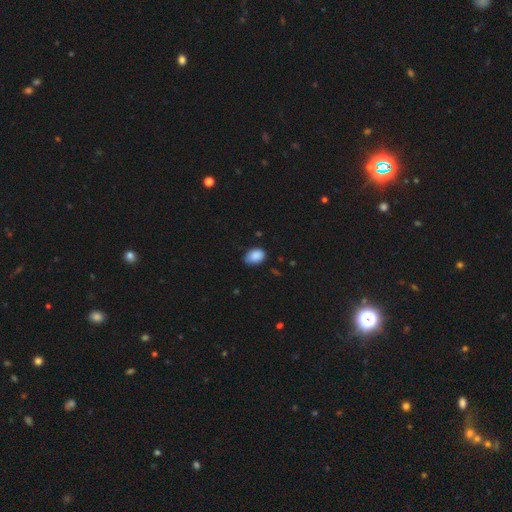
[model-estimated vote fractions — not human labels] Smooth or featured: smooth — 88% (star or artifact — 8%)
How rounded: in between — 82% (round — 17%)
Merging: none — 68% (minor disturbance — 27%)